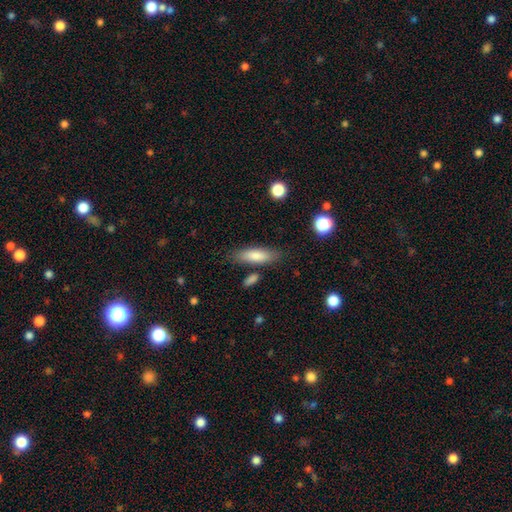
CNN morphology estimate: type=smooth (80%); roundness=cigar-shaped (49%, tied with in between); merging=none (80%).